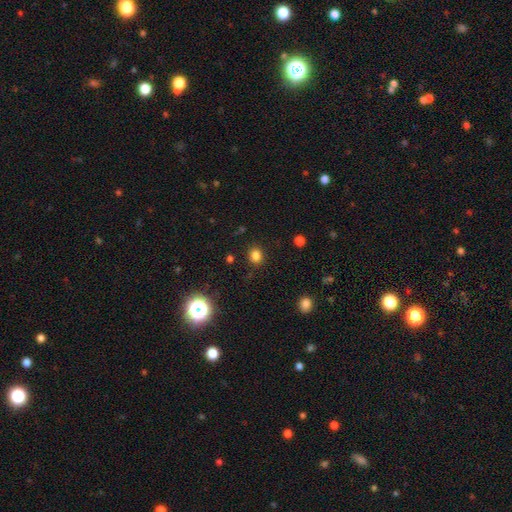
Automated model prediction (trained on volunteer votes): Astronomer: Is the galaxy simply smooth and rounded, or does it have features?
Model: smooth — 81%.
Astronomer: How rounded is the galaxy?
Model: round — 72%.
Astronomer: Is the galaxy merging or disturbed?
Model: none — 87%.